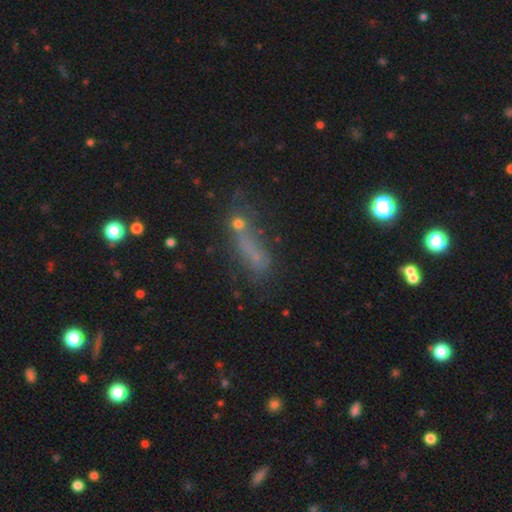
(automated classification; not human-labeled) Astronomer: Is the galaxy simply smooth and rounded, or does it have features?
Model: smooth — 51%.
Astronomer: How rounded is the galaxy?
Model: cigar-shaped — 46% (runner-up: in between, 45%).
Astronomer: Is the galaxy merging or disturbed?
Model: none — 34% (runner-up: major disturbance, 24%).